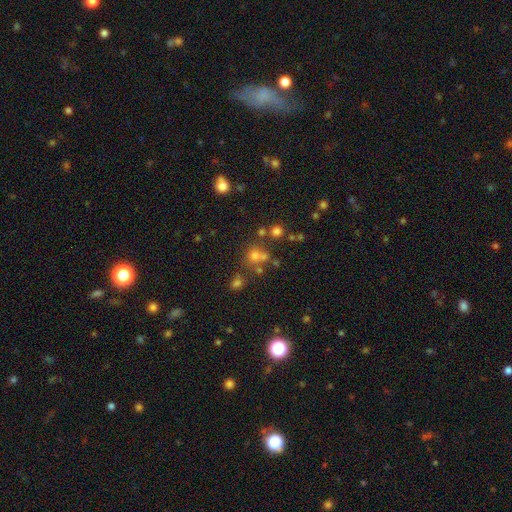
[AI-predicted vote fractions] Q: Smooth or featured?
A: smooth (55%); runner-up: star or artifact (32%)
Q: How rounded?
A: round (84%); runner-up: in between (15%)
Q: Merging?
A: none (59%); runner-up: merger (26%)